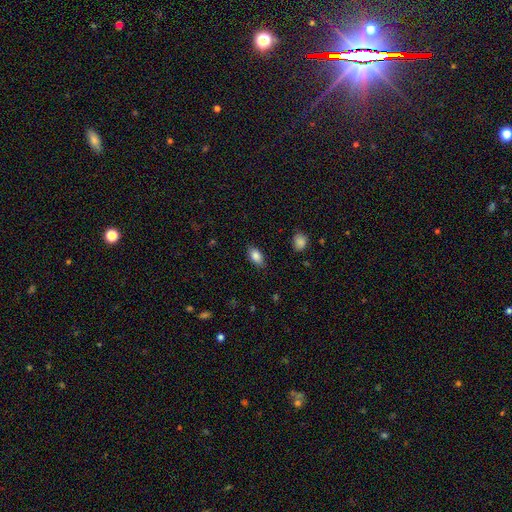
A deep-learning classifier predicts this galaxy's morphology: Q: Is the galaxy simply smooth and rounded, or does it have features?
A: smooth — 85%.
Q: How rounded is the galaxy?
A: in between — 90%.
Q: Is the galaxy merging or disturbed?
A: none — 84%.